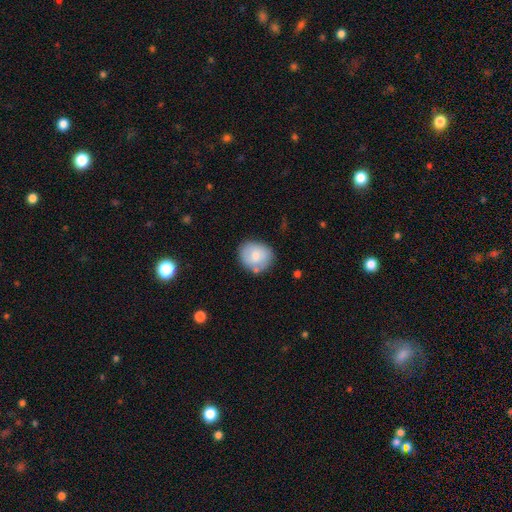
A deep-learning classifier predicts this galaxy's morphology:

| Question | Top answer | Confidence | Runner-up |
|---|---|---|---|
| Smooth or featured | smooth | 76% | featured or disk (18%) |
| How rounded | round | 72% | in between (27%) |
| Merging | none | 72% | minor disturbance (18%) |